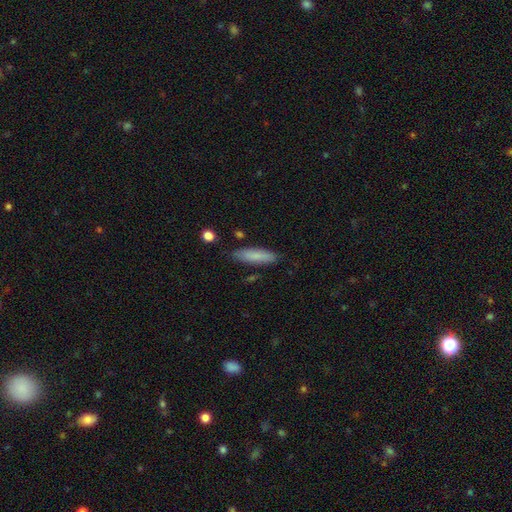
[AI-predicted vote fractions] Overall: smooth (80%). How rounded: cigar-shaped (70%). Merging: none (83%).